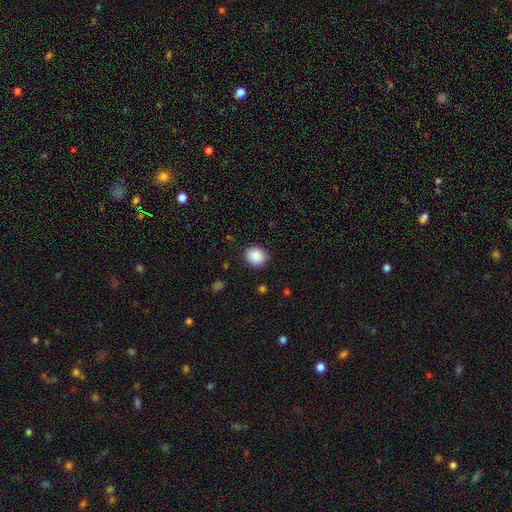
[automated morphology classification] Smooth or featured? Predicted: smooth (p=0.88). How rounded? Predicted: round (p=0.77). Merging? Predicted: none (p=0.85).